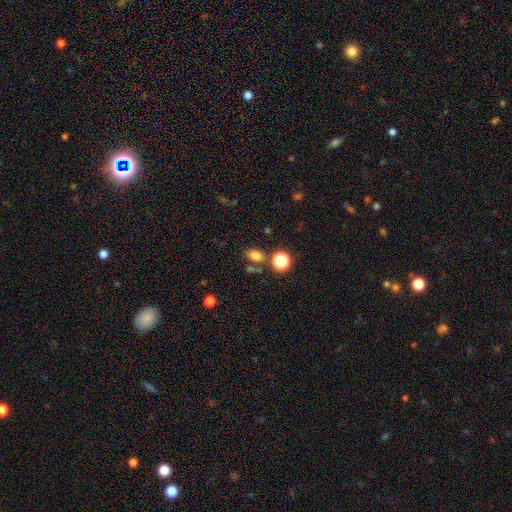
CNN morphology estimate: Smooth or featured? smooth (76%)
How rounded? in between (73%)
Merging? none (69%)